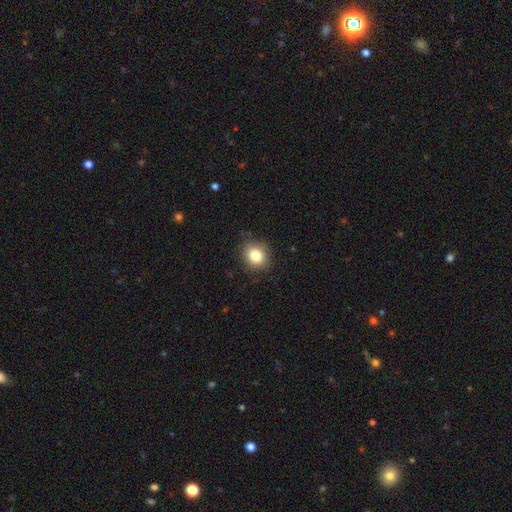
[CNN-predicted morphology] smooth_or_featured: smooth (p=0.82) [alt: star or artifact p=0.10]
how_rounded: round (p=0.70) [alt: in between p=0.29]
merging: none (p=0.84) [alt: minor disturbance p=0.12]